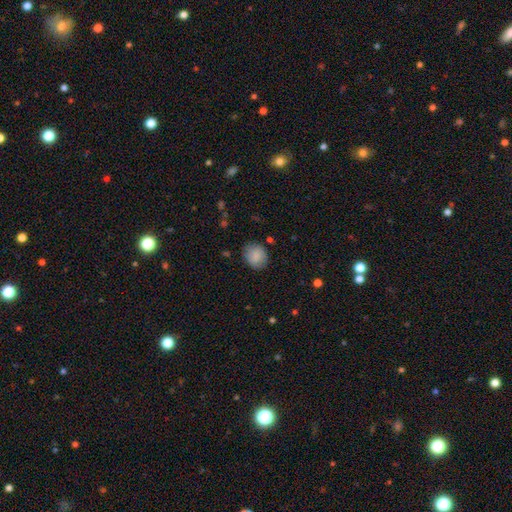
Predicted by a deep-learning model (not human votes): A smooth galaxy with no disk features (83%) that is round (66%).

Vote fractions:
- Smooth or featured? smooth: 83% / featured or disk: 9% / star or artifact: 8%
- How rounded? round: 66% / in between: 33% / cigar-shaped: 1%
- Merging? none: 81% / minor disturbance: 14% / major disturbance: 4% / merger: 1%